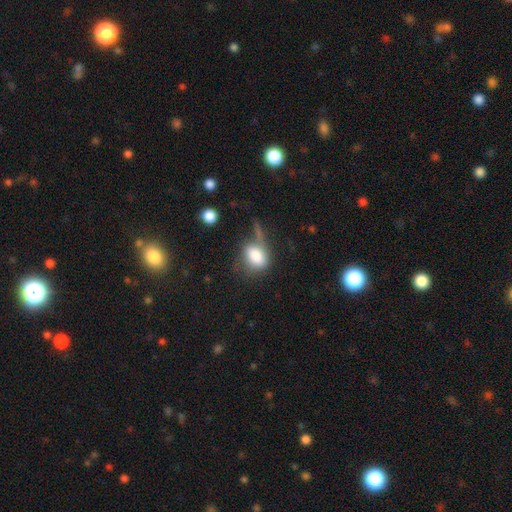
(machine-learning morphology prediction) Smooth or featured? Predicted: smooth (p=0.76). How rounded? Predicted: in between (p=0.71). Merging? Predicted: none (p=0.36).